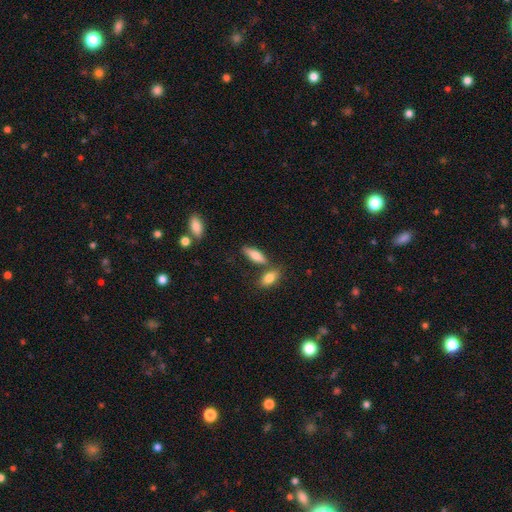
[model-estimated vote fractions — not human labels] A smooth galaxy with no disk features (75%) that is in between round and cigar-shaped (57%).

Vote fractions:
- Smooth or featured? smooth: 75% / featured or disk: 18% / star or artifact: 7%
- How rounded? in between: 57% / cigar-shaped: 41% / round: 3%
- Merging? none: 63% / merger: 20% / minor disturbance: 13% / major disturbance: 4%